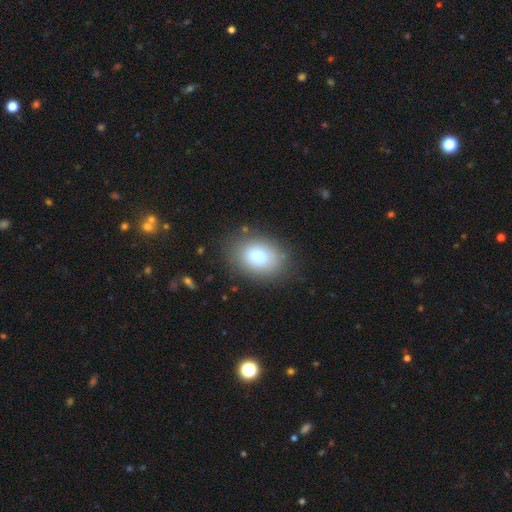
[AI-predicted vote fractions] smooth 76%, featured or disk 14%, star or artifact 10%. Down the decision tree: how rounded — in between (75%); merging — none (81%).